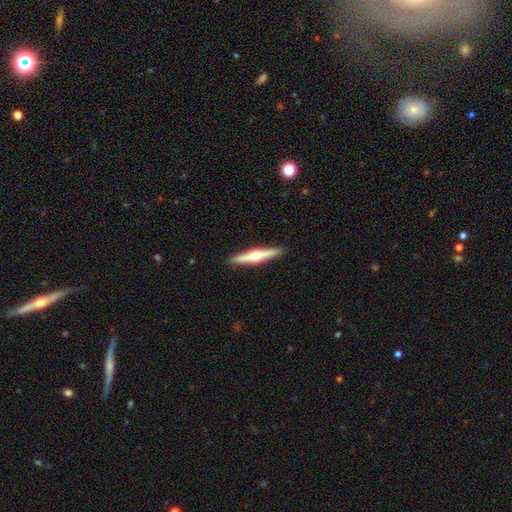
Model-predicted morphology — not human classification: smooth_or_featured: featured or disk (p=0.67) [alt: smooth p=0.28]
disk_edge_on: yes (p=0.98) [alt: no p=0.02]
edge_on_bulge: rounded (p=0.95) [alt: none p=0.03]
merging: none (p=0.92) [alt: minor disturbance p=0.06]